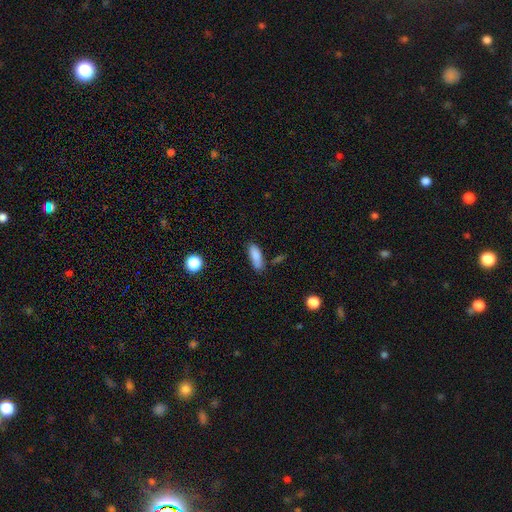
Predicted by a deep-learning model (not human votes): Morphology: type=smooth (85%); roundness=in between (62%); merging=none (68%).